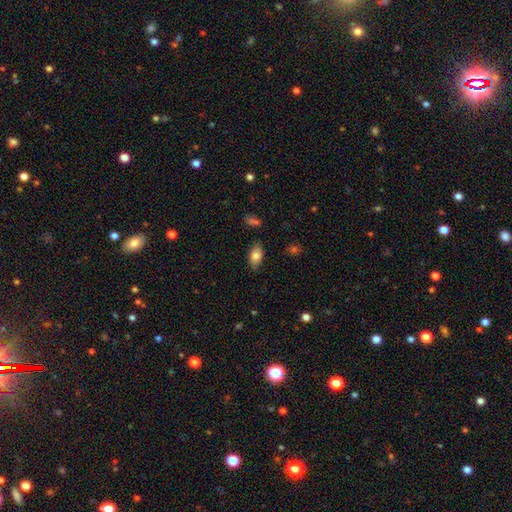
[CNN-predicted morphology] This is clearly a smooth galaxy (81%). How rounded: clearly in between (91%). Merging: clearly none (82%).